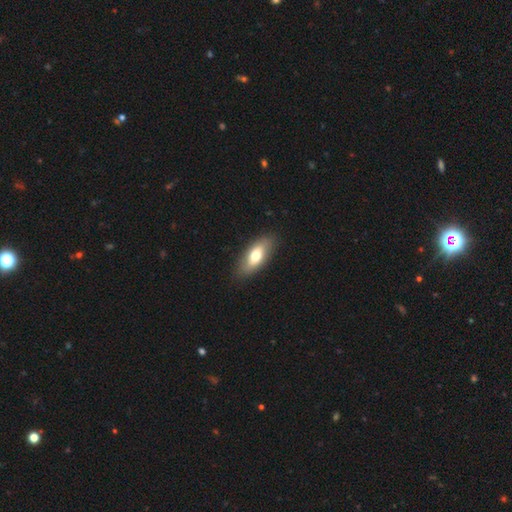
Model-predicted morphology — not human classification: Smooth or featured? smooth (68%)
How rounded? in between (82%)
Merging? none (86%)